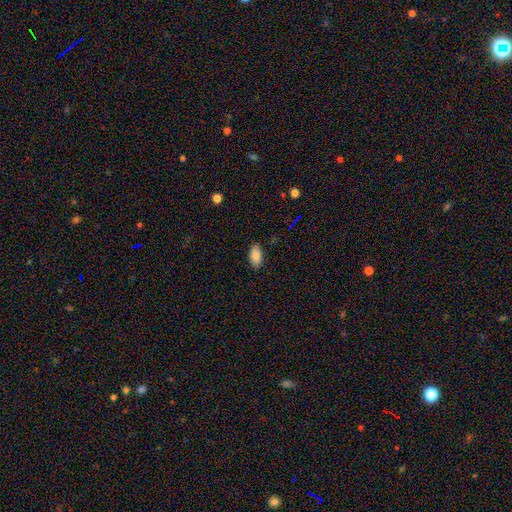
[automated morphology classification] Smooth or featured? Predicted: smooth (p=0.85). How rounded? Predicted: in between (p=0.93). Merging? Predicted: none (p=0.87).